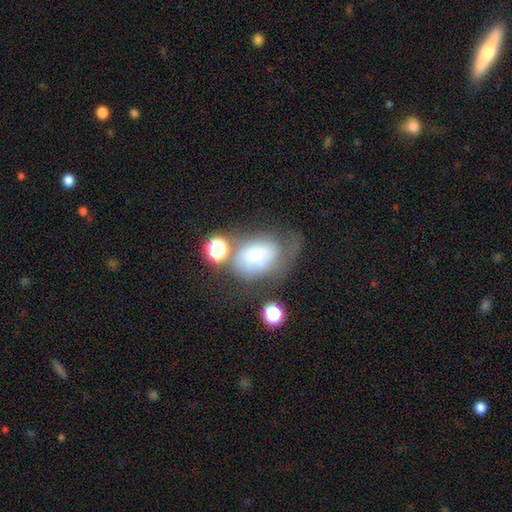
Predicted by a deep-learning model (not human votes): This appears to be a smooth galaxy with no disk features (53%) that is in between round and cigar-shaped (68%). Merging: major disturbance (34%).